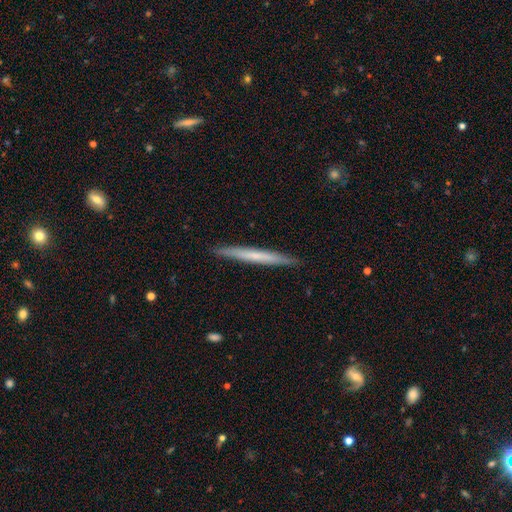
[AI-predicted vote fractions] Q: Smooth or featured?
A: smooth (53%); runner-up: featured or disk (42%)
Q: How rounded?
A: cigar-shaped (97%); runner-up: in between (2%)
Q: Merging?
A: none (91%); runner-up: minor disturbance (6%)